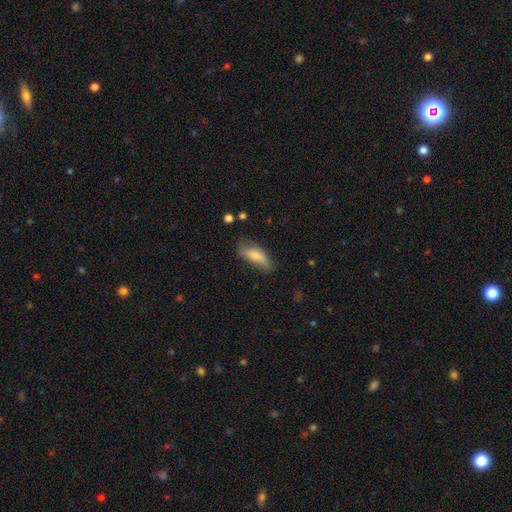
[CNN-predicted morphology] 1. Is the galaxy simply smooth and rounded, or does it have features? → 71% smooth, 22% featured or disk, 7% star or artifact.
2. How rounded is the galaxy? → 67% in between, 31% cigar-shaped, 3% round.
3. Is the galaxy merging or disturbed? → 55% none, 32% minor disturbance, 11% major disturbance, 3% merger.